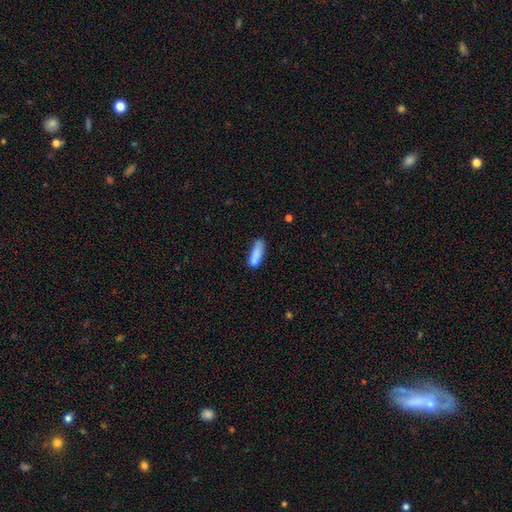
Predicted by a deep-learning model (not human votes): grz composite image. It shows a smooth galaxy with no disk features (83%) that is cigar-shaped (61%). Merging: none (60%).